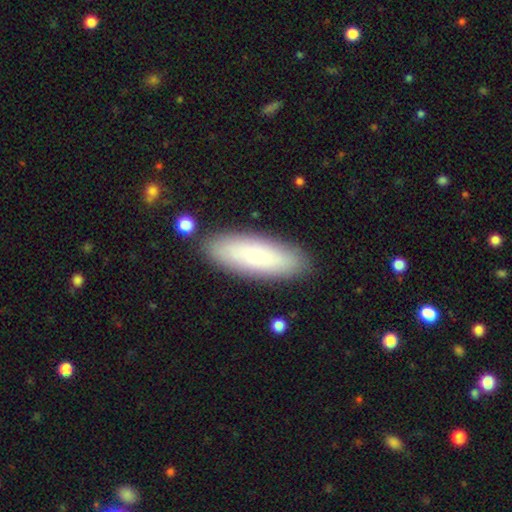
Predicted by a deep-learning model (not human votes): smooth_or_featured: smooth (p=0.73) [alt: featured or disk p=0.20]
how_rounded: in between (p=0.56) [alt: cigar-shaped p=0.42]
merging: none (p=0.86) [alt: minor disturbance p=0.10]